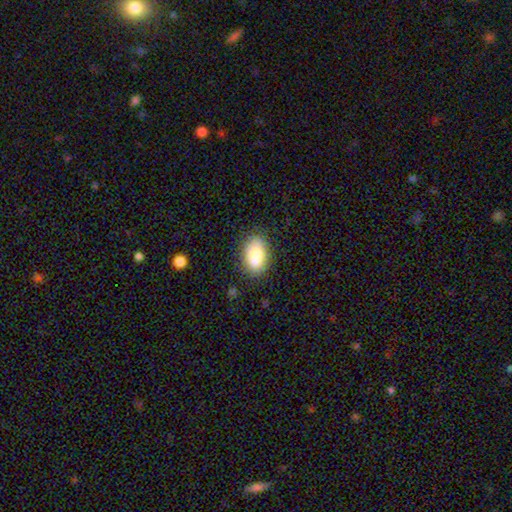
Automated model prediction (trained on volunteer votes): A smooth galaxy with no disk features (86%) that is in between round and cigar-shaped (92%).

Vote fractions:
- Smooth or featured? smooth: 86% / star or artifact: 7% / featured or disk: 7%
- How rounded? in between: 92% / round: 7% / cigar-shaped: 2%
- Merging? none: 83% / minor disturbance: 13% / major disturbance: 3% / merger: 1%